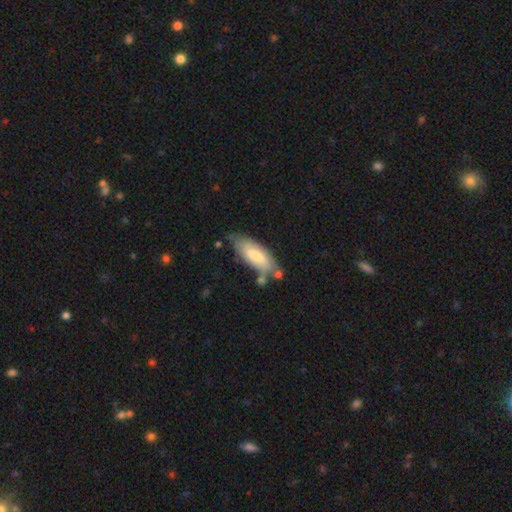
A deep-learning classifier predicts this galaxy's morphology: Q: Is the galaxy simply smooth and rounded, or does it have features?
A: smooth — 65%.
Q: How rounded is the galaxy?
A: in between — 71%.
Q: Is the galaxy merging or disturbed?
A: none — 59%.